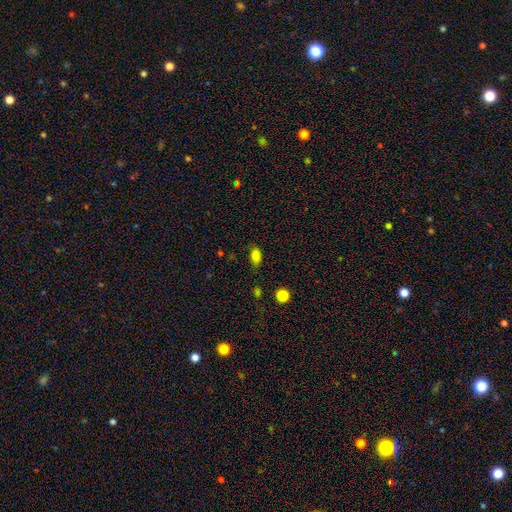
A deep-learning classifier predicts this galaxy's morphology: A smooth galaxy with no disk features (83%) that is in between round and cigar-shaped (89%). Merging: none (80%).